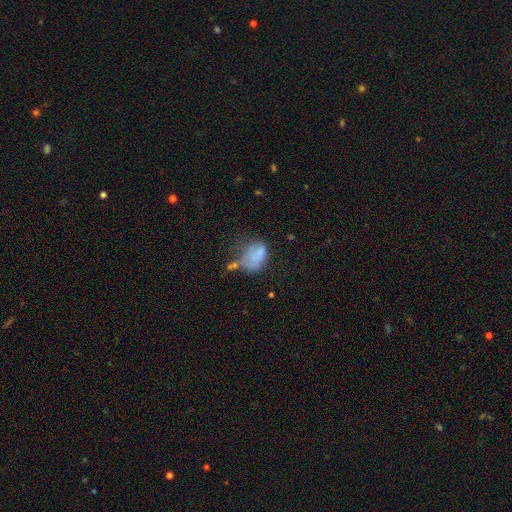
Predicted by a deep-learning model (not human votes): smooth 65%, featured or disk 23%, star or artifact 12%. Down the decision tree: how rounded — in between (77%); merging — major disturbance (34%).